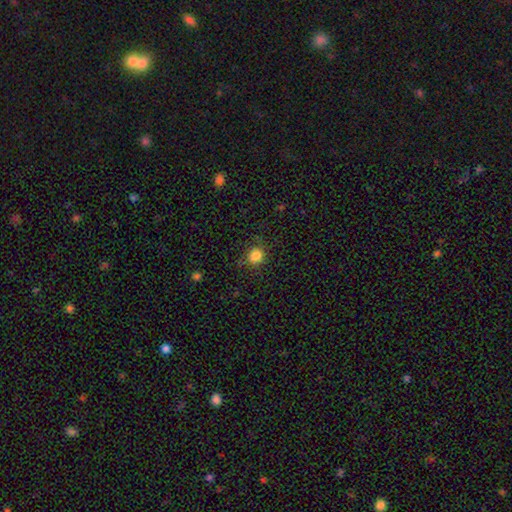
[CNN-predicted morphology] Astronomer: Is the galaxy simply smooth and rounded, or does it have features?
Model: smooth — 84%.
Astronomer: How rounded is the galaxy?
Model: round — 85%.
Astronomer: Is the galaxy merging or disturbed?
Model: none — 83%.